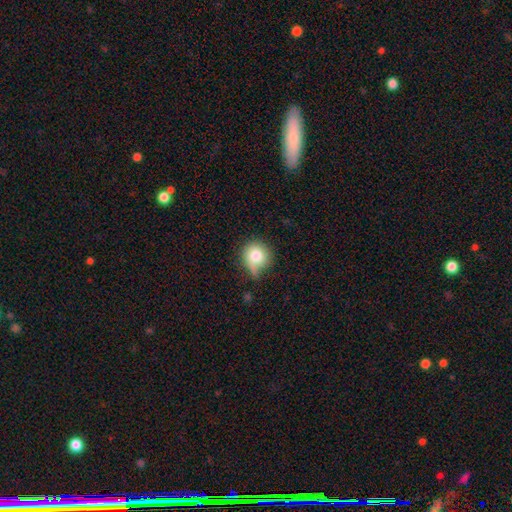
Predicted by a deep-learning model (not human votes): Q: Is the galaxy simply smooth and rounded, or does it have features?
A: smooth — 77%.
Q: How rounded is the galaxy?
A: round — 86%.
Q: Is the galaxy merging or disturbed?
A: none — 46%.